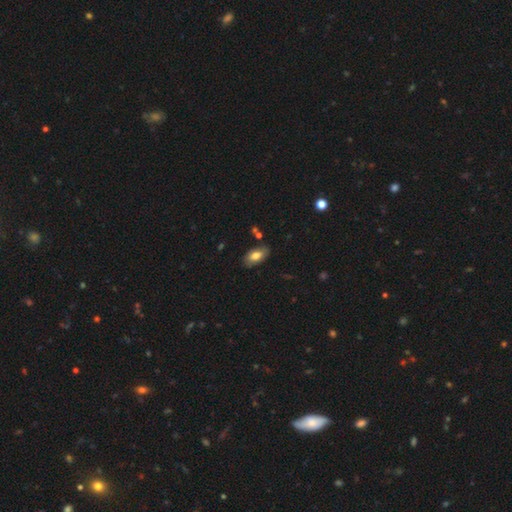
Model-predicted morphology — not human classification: Q: Smooth or featured?
A: smooth (74%); runner-up: featured or disk (19%)
Q: How rounded?
A: in between (92%); runner-up: cigar-shaped (4%)
Q: Merging?
A: none (81%); runner-up: minor disturbance (14%)